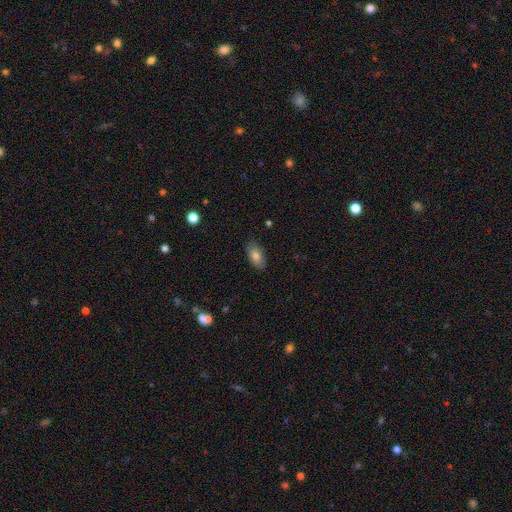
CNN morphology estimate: smooth 79%, featured or disk 14%, star or artifact 8%. Down the decision tree: how rounded — in between (92%); merging — none (87%).